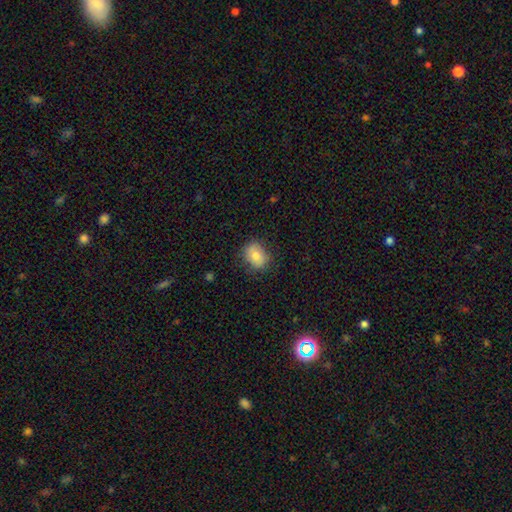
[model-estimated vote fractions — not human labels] A smooth galaxy with no disk features (78%) that is in between round and cigar-shaped (52%). Merging: none (81%).